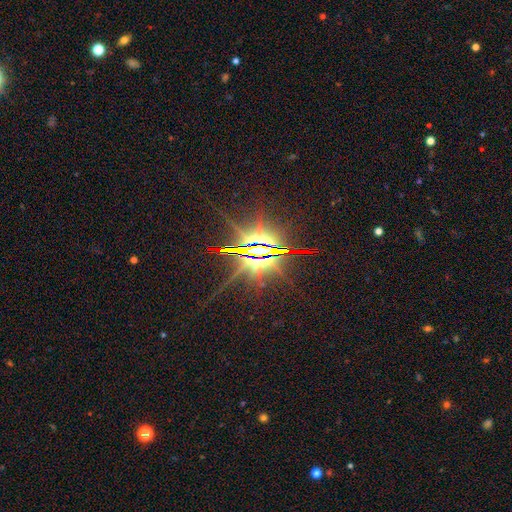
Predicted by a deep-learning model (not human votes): smooth-or-featured: star or artifact: 79% | featured or disk: 14% | smooth: 7%